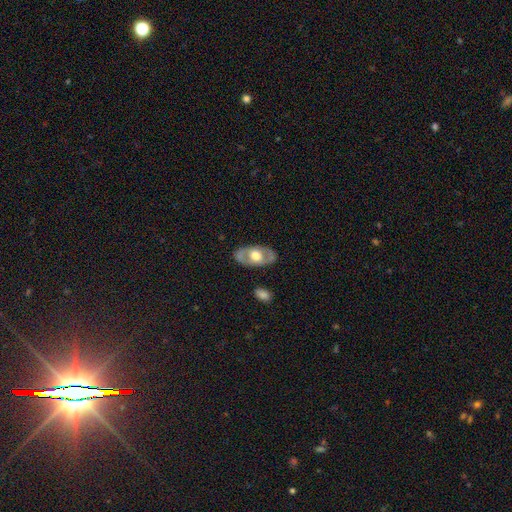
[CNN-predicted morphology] featured or disk 58%, smooth 37%, star or artifact 5%. Down the decision tree: edge-on disk — no (85%); merging — none (82%).